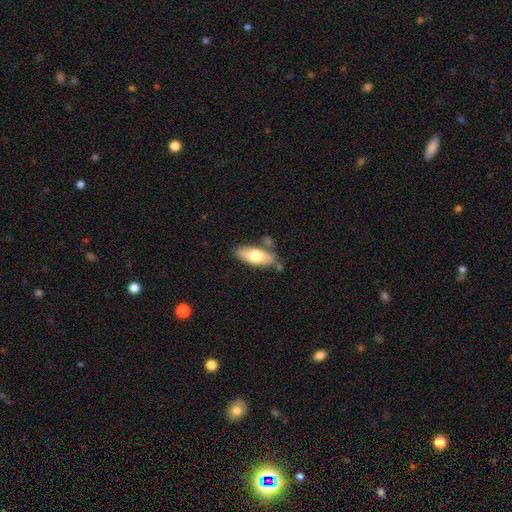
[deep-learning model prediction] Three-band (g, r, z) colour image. It shows a smooth galaxy with no disk features (67%) that is in between round and cigar-shaped (78%). Merging: none (69%).